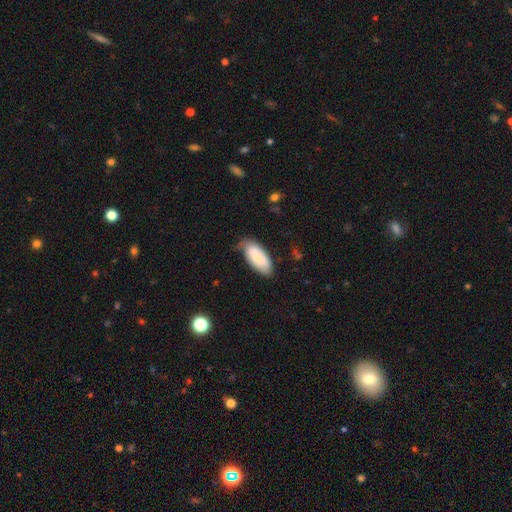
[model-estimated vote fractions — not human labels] smooth-or-featured: smooth: 82% | featured or disk: 12% | star or artifact: 6%
  how-rounded: in between: 90% | cigar-shaped: 8% | round: 2%
  merging: none: 56% | minor disturbance: 34% | major disturbance: 8% | merger: 2%